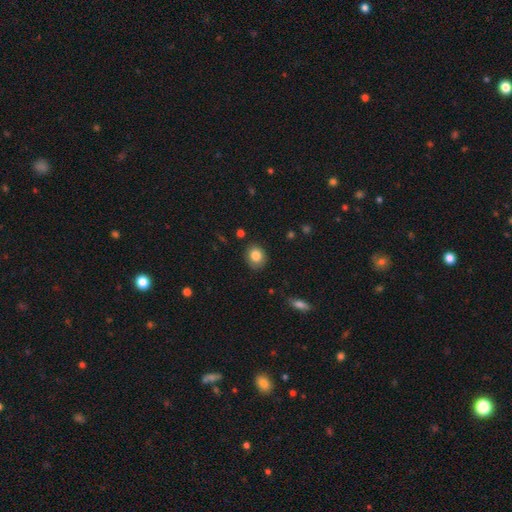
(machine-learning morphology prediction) Smooth or featured? Predicted: smooth (p=0.83). How rounded? Predicted: round (p=0.66). Merging? Predicted: none (p=0.83).